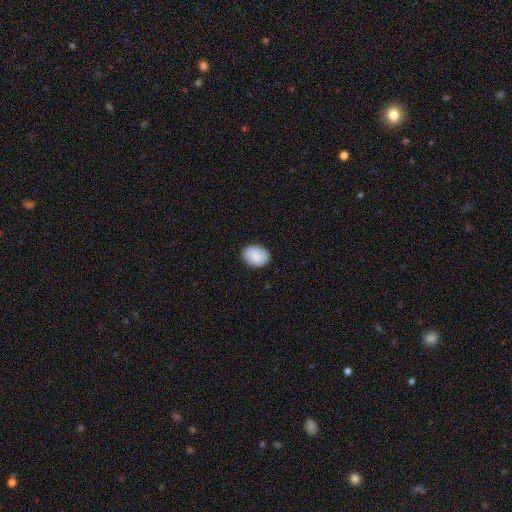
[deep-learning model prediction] This is clearly a smooth galaxy (82%). How rounded: likely in between (65%). Merging: clearly none (87%).